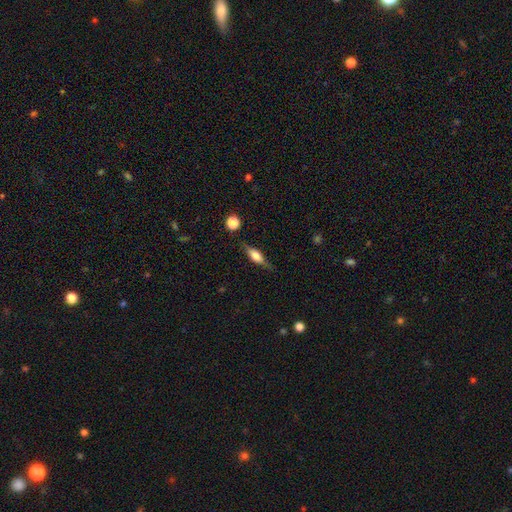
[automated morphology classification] This is possibly a smooth galaxy (46%, tied with featured or disk). Merging: likely none (76%).